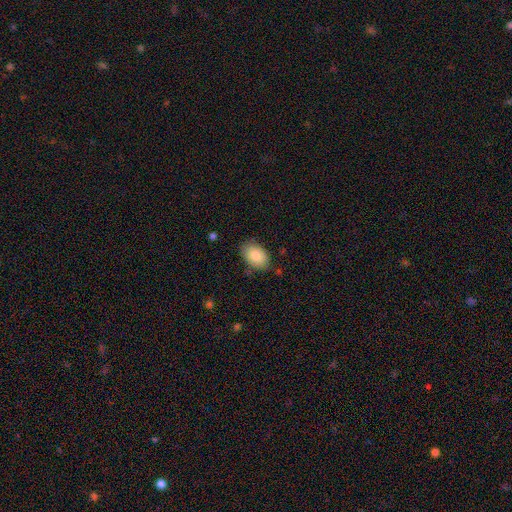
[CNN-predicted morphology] This appears to be a smooth galaxy with no disk features (84%) that is in between round and cigar-shaped (89%). Merging: none (79%).